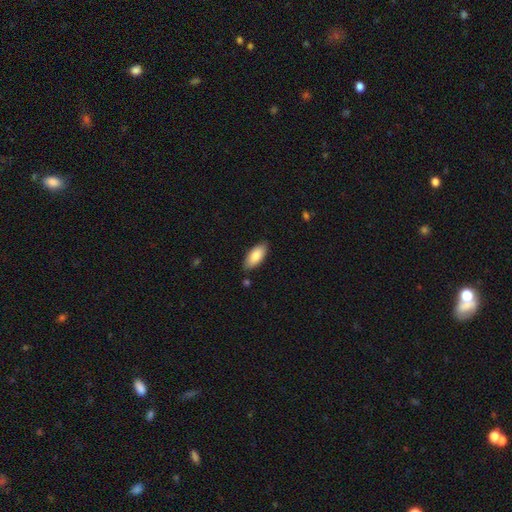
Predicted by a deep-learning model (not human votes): Overall: smooth (84%). How rounded: in between (87%). Merging: none (85%).